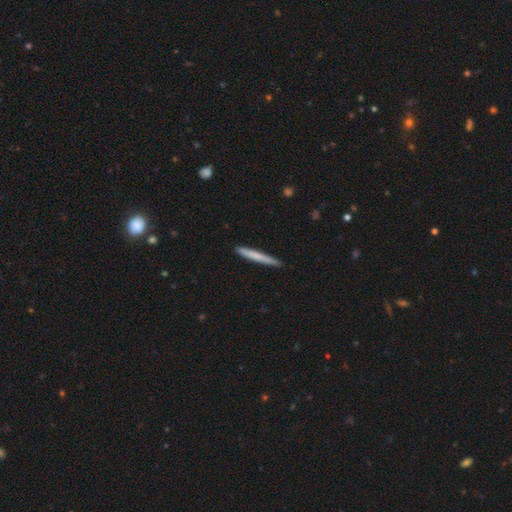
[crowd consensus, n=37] Smooth or featured?
  - smooth: 84% *
  - featured or disk: 14%
  - star or artifact: 3%
How rounded?
  - cigar-shaped: 94% *
  - round: 3%
  - in between: 3%
Merging?
  - none: 86% *
  - minor disturbance: 8%
  - major disturbance: 6%
  - merger: 0%